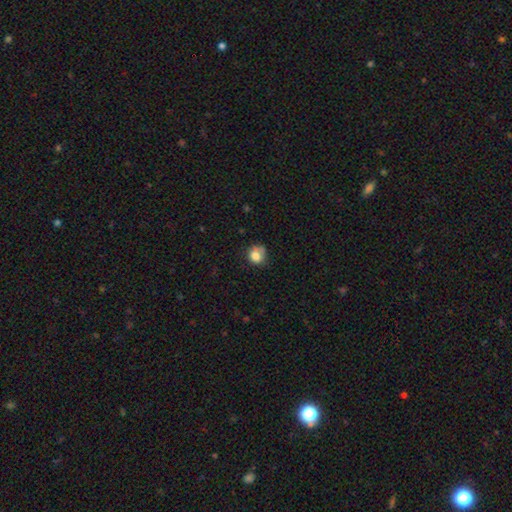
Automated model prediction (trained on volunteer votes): This appears to be a smooth galaxy with no disk features (79%) that is round (73%). Merging: none (50%).